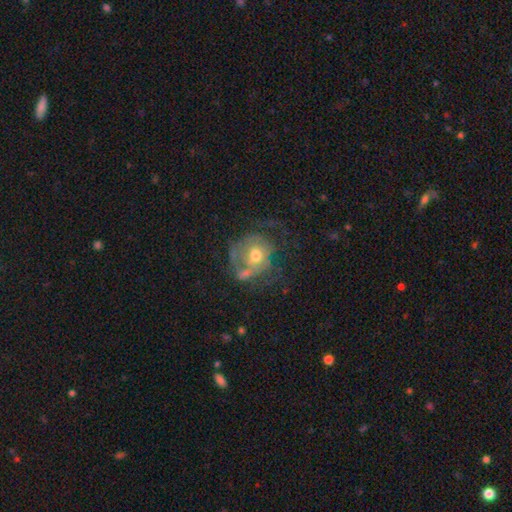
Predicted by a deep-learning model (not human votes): Q: Smooth or featured?
A: featured or disk (60%); runner-up: smooth (31%)
Q: Edge-on disk?
A: no (97%); runner-up: yes (3%)
Q: Bar?
A: no (80%); runner-up: weak (17%)
Q: Spiral arms?
A: yes (51%); runner-up: no (49%)
Q: Bulge size?
A: moderate (71%); runner-up: small (18%)
Q: Merging?
A: none (36%); runner-up: major disturbance (33%)